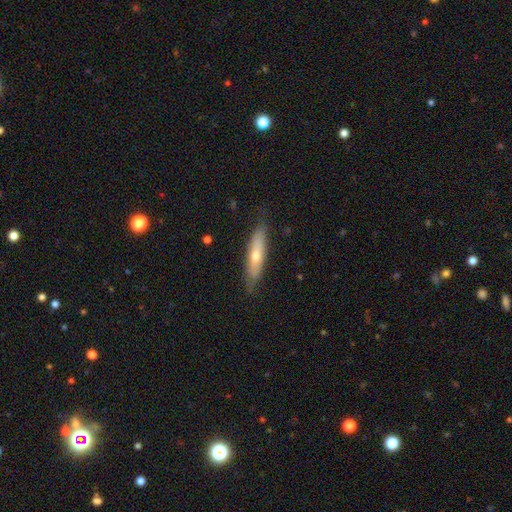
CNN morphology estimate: Smooth or featured?
  - smooth: 54% *
  - featured or disk: 40%
  - star or artifact: 6%
How rounded?
  - cigar-shaped: 73% *
  - in between: 25%
  - round: 2%
Merging?
  - none: 81% *
  - minor disturbance: 15%
  - major disturbance: 3%
  - merger: 1%